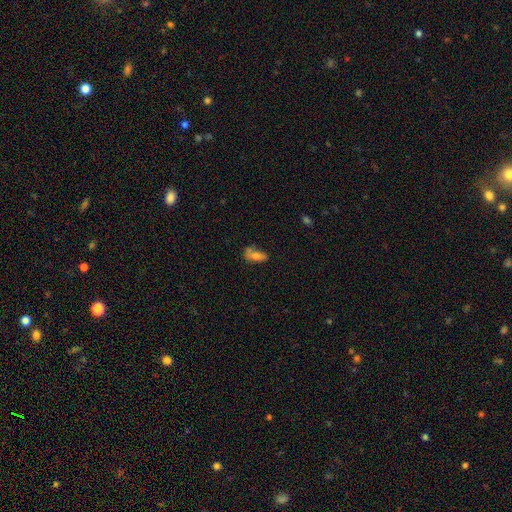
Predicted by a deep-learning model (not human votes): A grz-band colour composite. It shows a smooth galaxy with no disk features (67%) that is in between round and cigar-shaped (80%). Merging: none (43%).